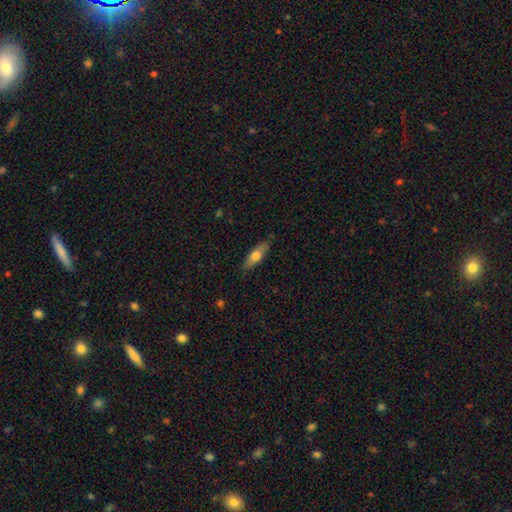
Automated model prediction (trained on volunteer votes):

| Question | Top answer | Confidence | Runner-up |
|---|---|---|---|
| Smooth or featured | smooth | 63% | featured or disk (31%) |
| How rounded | in between | 50% | cigar-shaped (48%) |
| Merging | none | 84% | minor disturbance (13%) |